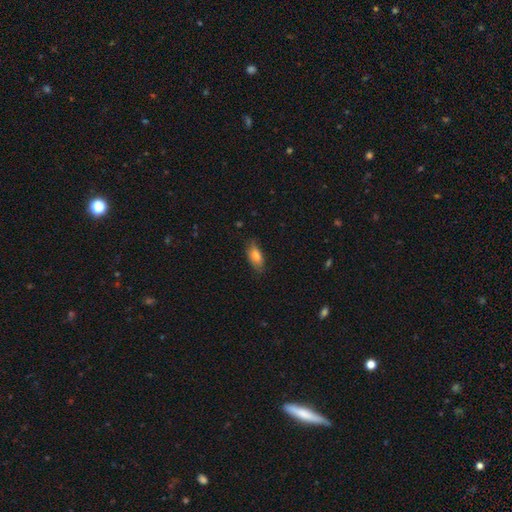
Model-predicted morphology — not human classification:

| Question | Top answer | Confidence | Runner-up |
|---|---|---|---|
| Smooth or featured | smooth | 78% | featured or disk (15%) |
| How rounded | in between | 86% | cigar-shaped (11%) |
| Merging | none | 76% | minor disturbance (19%) |